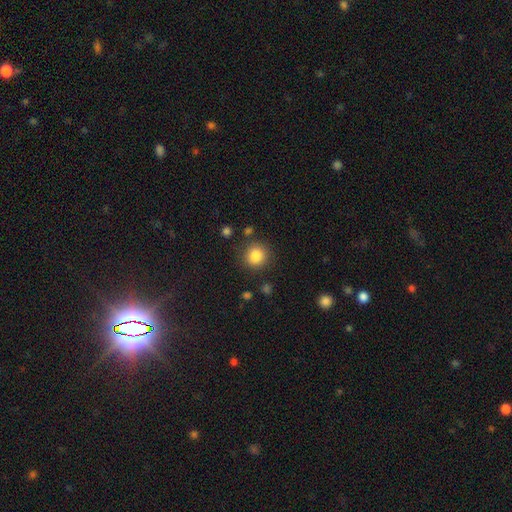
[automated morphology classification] Smooth or featured? Predicted: smooth (p=0.85). How rounded? Predicted: round (p=0.85). Merging? Predicted: none (p=0.83).